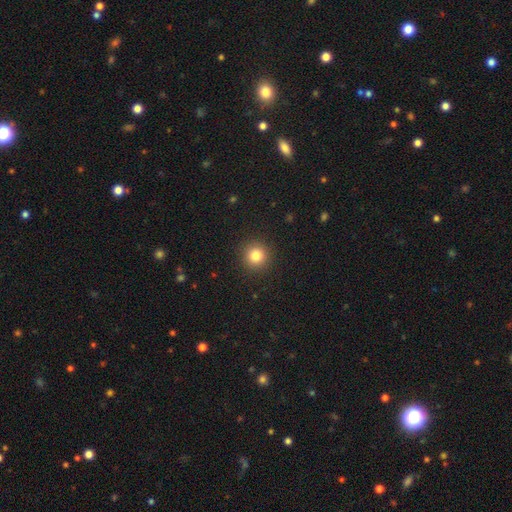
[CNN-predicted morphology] type=smooth (83%); roundness=round (94%); merging=none (92%).